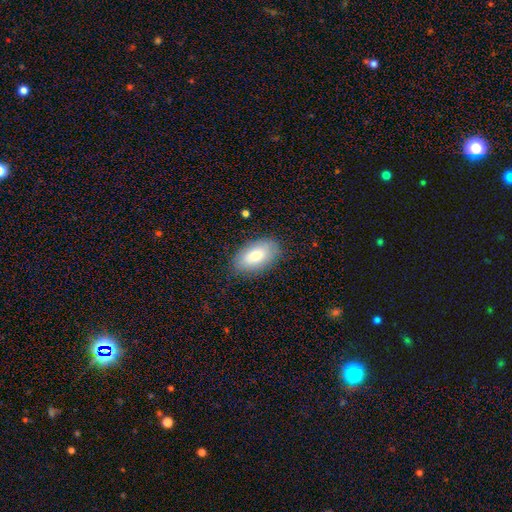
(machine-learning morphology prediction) Smooth or featured? smooth (78%)
How rounded? in between (94%)
Merging? none (82%)